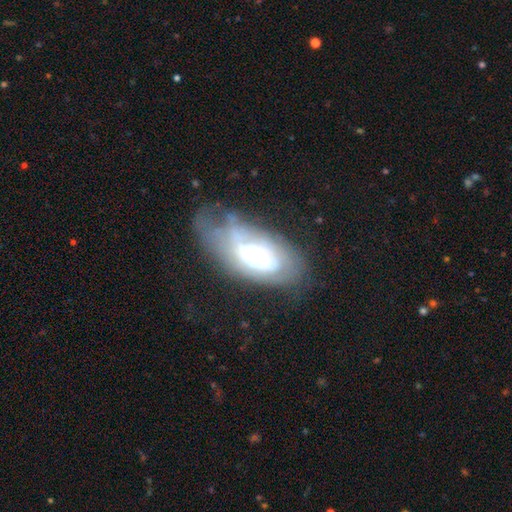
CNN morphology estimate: smooth_or_featured: featured or disk (p=0.69) [alt: smooth p=0.23]
disk_edge_on: no (p=0.93) [alt: yes p=0.07]
bar: no (p=0.77) [alt: weak p=0.18]
has_spiral_arms: yes (p=0.57) [alt: no p=0.43]
bulge_size: small (p=0.55) [alt: moderate p=0.34]
merging: none (p=0.36) [alt: minor disturbance p=0.29]